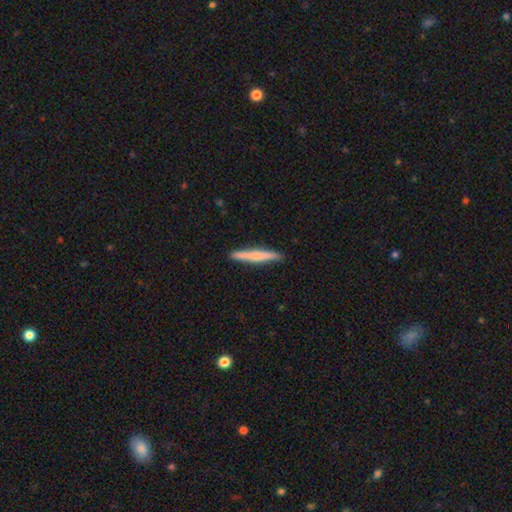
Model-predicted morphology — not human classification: This appears to be a smooth galaxy with no disk features (54%) that is cigar-shaped (95%). Merging: none (91%).